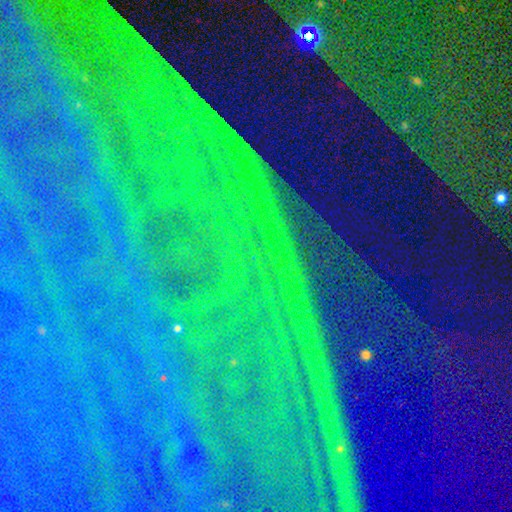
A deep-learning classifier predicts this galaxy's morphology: type=star or artifact (88%).